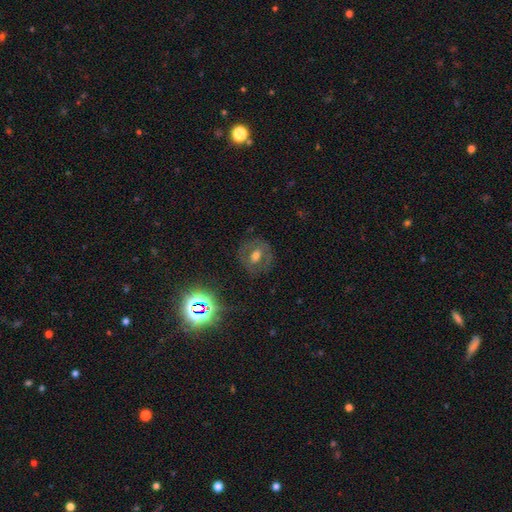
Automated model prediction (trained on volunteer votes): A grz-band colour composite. It shows a featured or disk galaxy (44%). Merging: none (78%).